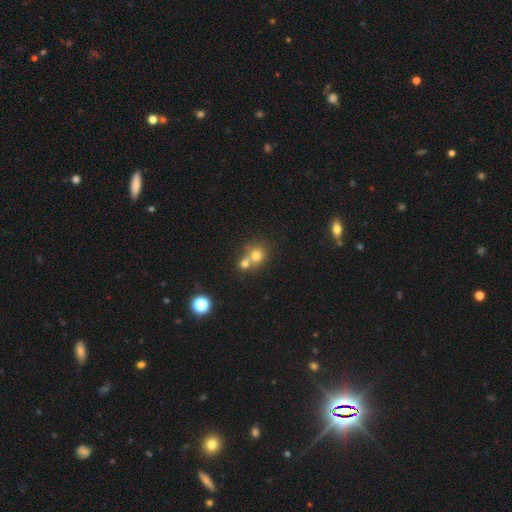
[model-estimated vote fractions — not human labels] Overall: smooth (72%). How rounded: round (82%). Merging: merger (53%; none 38%).